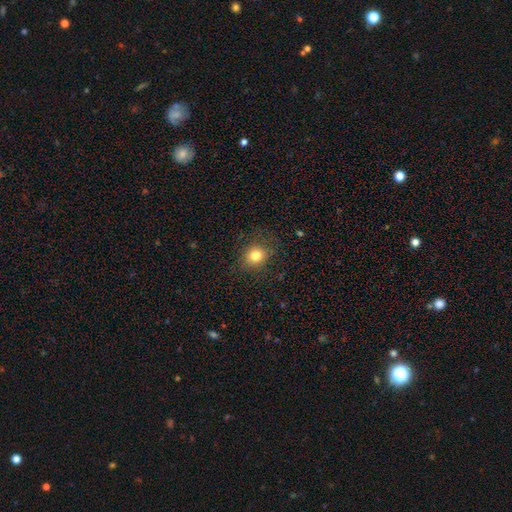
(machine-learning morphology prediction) Smooth or featured?
  - smooth: 80% *
  - star or artifact: 13%
  - featured or disk: 7%
How rounded?
  - round: 77% *
  - in between: 22%
  - cigar-shaped: 1%
Merging?
  - none: 85% *
  - minor disturbance: 10%
  - major disturbance: 4%
  - merger: 1%